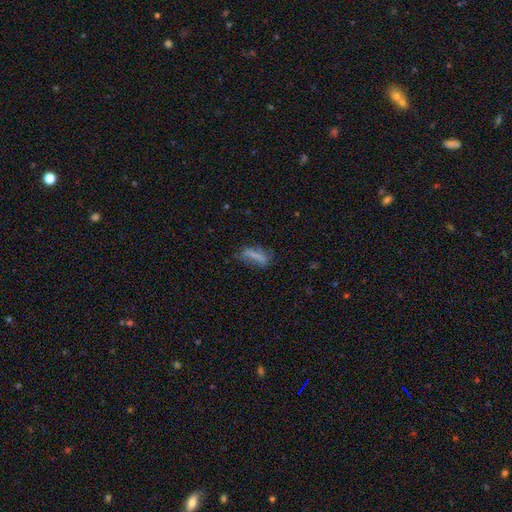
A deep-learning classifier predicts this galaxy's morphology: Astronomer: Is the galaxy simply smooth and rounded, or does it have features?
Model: smooth — 60%.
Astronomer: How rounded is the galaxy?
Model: cigar-shaped — 54% (runner-up: in between, 42%).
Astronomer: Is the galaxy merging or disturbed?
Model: none — 50% (runner-up: minor disturbance, 27%).